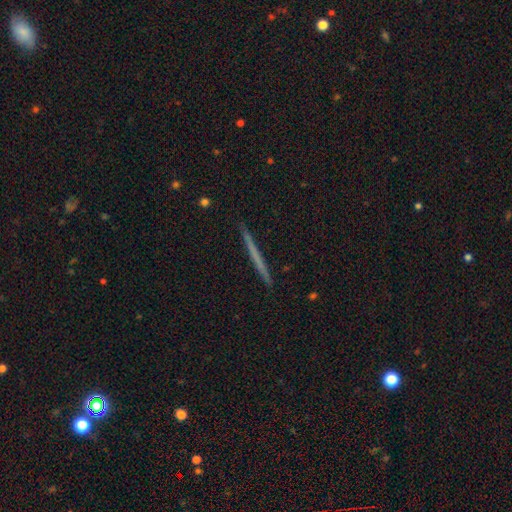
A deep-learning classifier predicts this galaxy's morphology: This is possibly a smooth galaxy (47%, tied with featured or disk). Merging: clearly none (93%).